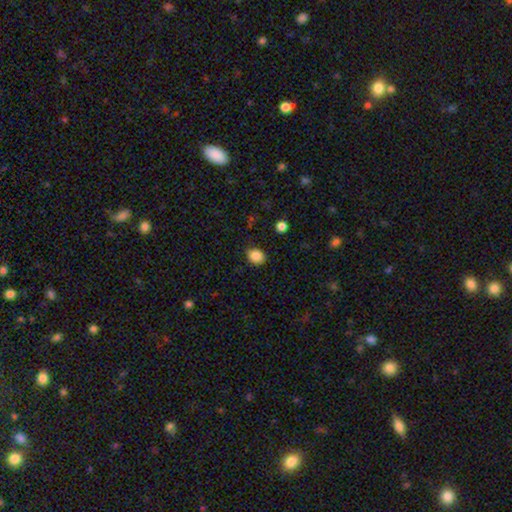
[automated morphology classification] A smooth galaxy with no disk features (86%) that is round (55%). Merging: none (83%).